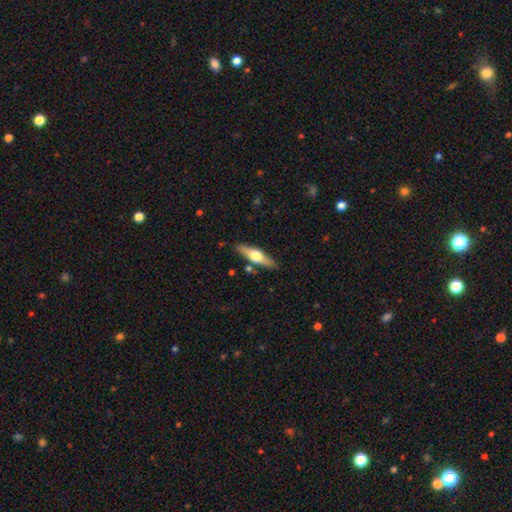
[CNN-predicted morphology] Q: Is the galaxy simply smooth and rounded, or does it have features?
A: featured or disk — 58%.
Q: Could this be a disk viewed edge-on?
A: yes — 93%.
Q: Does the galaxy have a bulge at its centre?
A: rounded — 95%.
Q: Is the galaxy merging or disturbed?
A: none — 85%.